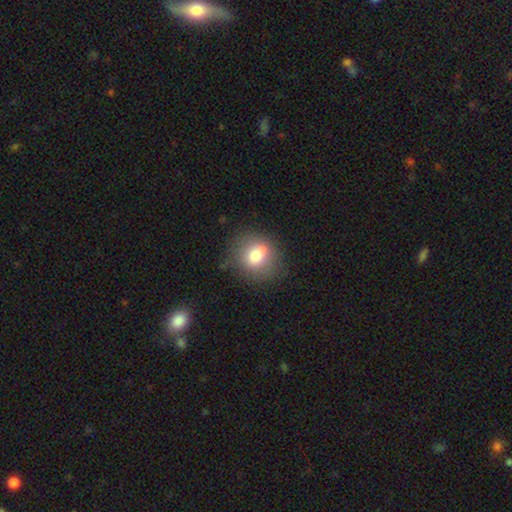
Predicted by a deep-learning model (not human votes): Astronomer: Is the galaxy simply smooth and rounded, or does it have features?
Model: smooth — 70%.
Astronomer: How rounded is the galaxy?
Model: round — 81%.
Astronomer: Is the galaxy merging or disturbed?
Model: none — 59%.